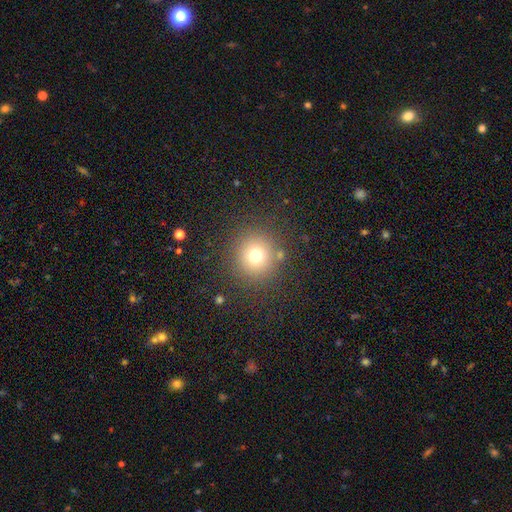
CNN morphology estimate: A smooth galaxy with no disk features (73%) that is round (93%).

Vote fractions:
- Smooth or featured? smooth: 73% / star or artifact: 17% / featured or disk: 10%
- How rounded? round: 93% / in between: 6% / cigar-shaped: 1%
- Merging? none: 85% / minor disturbance: 8% / major disturbance: 4% / merger: 3%